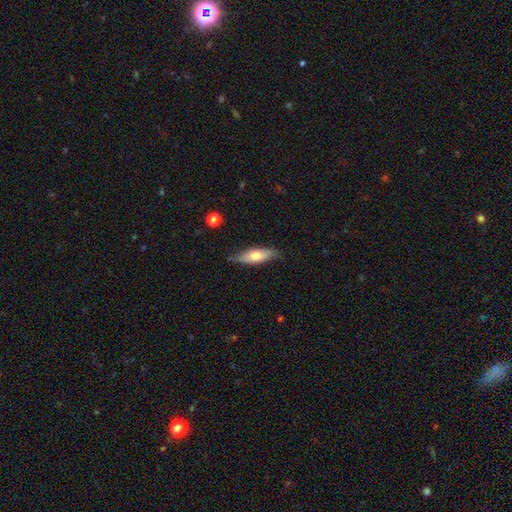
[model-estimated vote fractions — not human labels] Overall: smooth (58%; featured or disk 36%). How rounded: in between (54%; cigar-shaped 44%). Merging: none (76%).